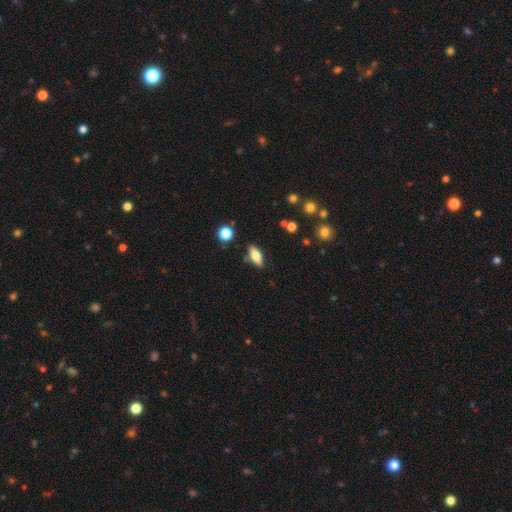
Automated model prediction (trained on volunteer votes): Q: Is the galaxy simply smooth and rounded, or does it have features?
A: smooth — 59%.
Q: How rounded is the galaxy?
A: in between — 70%.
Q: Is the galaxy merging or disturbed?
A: none — 83%.